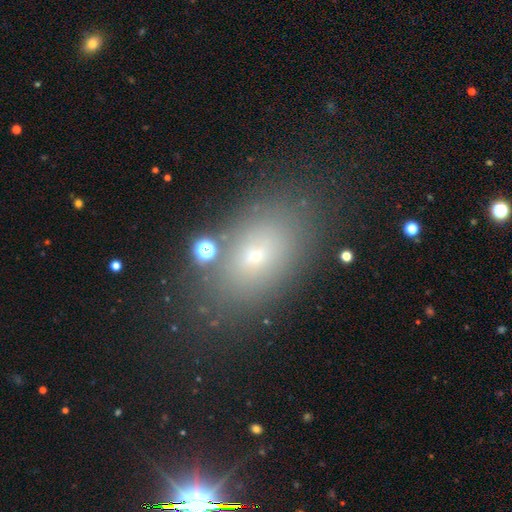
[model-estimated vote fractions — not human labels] Smooth or featured? smooth (62%)
How rounded? in between (80%)
Merging? none (78%)